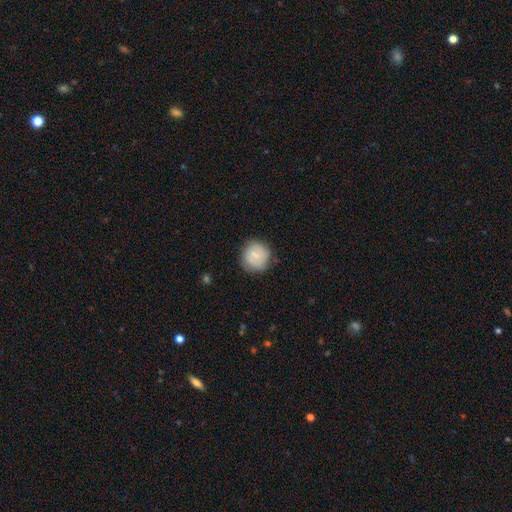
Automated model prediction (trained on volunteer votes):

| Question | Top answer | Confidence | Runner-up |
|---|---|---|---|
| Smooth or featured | smooth | 63% | featured or disk (29%) |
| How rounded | round | 91% | in between (8%) |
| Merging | none | 78% | minor disturbance (16%) |